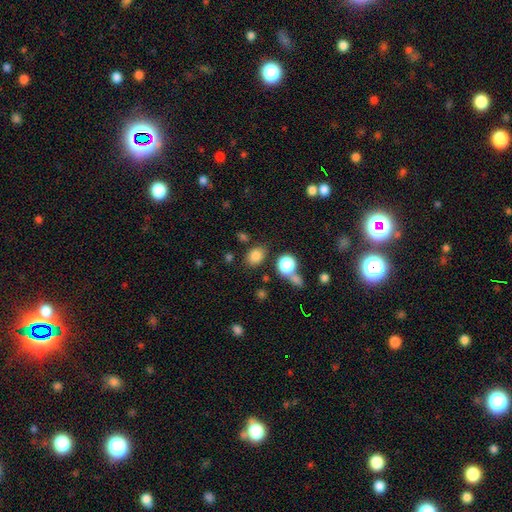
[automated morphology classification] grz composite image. It shows a smooth galaxy with no disk features (82%) that is in between round and cigar-shaped (62%). Merging: none (76%).